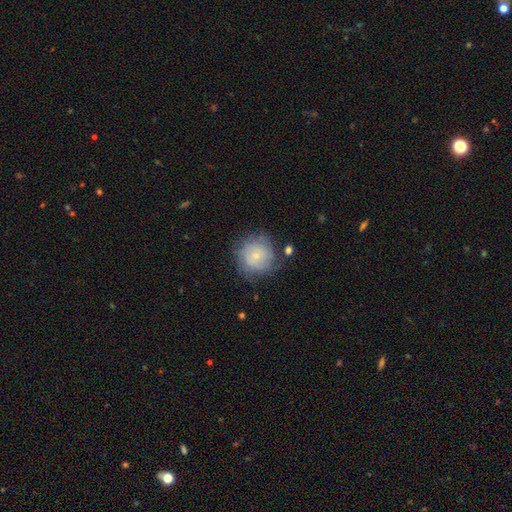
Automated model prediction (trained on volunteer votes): smooth_or_featured: smooth (p=0.53) [alt: featured or disk p=0.38]
how_rounded: round (p=0.91) [alt: in between p=0.08]
merging: none (p=0.69) [alt: minor disturbance p=0.19]